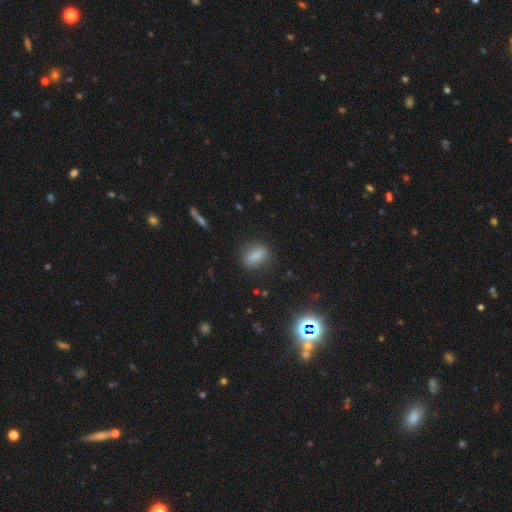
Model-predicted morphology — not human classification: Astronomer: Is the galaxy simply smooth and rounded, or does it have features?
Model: smooth — 80%.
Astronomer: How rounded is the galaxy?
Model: in between — 65%.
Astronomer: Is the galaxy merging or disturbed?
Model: none — 82%.